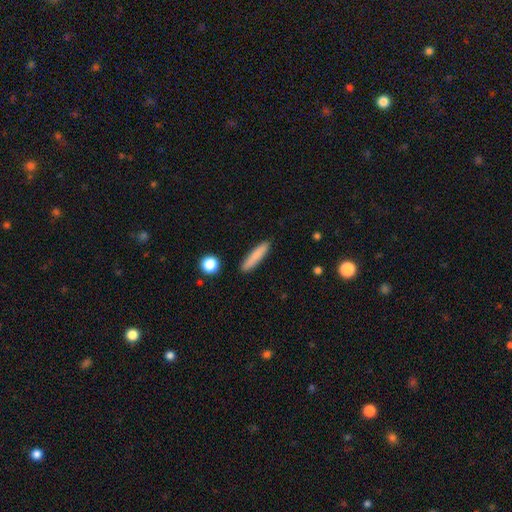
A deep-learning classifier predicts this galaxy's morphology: Smooth or featured?
  - smooth: 82% *
  - featured or disk: 11%
  - star or artifact: 6%
How rounded?
  - cigar-shaped: 87% *
  - in between: 11%
  - round: 2%
Merging?
  - none: 90% *
  - minor disturbance: 7%
  - major disturbance: 2%
  - merger: 2%